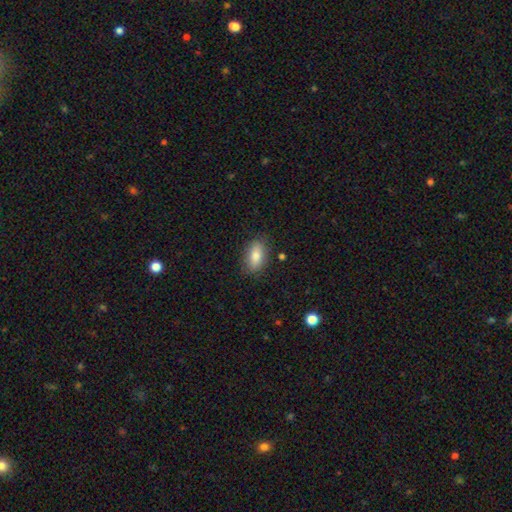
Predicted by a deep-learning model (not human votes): Morphology: type=smooth (81%); roundness=in between (87%); merging=none (83%).